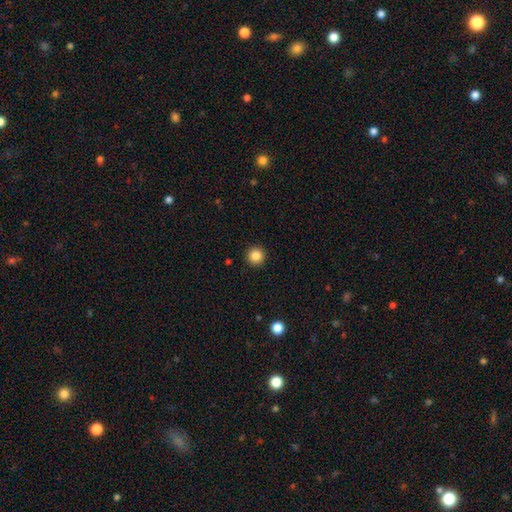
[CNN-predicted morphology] Smooth or featured?
  - smooth: 85% *
  - star or artifact: 11%
  - featured or disk: 4%
How rounded?
  - round: 96% *
  - in between: 3%
  - cigar-shaped: 1%
Merging?
  - none: 93% *
  - minor disturbance: 4%
  - major disturbance: 2%
  - merger: 1%